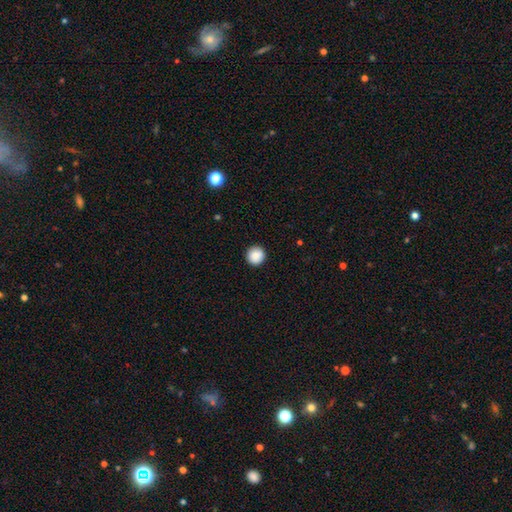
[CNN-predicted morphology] Smooth or featured? Predicted: smooth (p=0.88). How rounded? Predicted: round (p=0.95). Merging? Predicted: none (p=0.93).